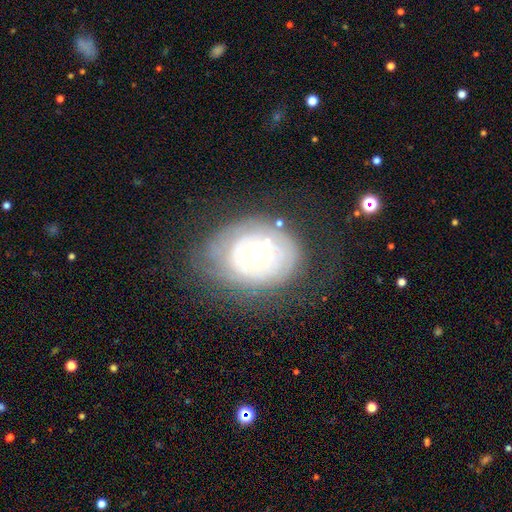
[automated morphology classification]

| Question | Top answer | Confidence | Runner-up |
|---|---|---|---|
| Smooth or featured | featured or disk | 66% | smooth (25%) |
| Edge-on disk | no | 96% | yes (4%) |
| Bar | no | 87% | weak (10%) |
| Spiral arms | yes | 68% | no (32%) |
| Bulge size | small | 74% | moderate (20%) |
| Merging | none | 60% | minor disturbance (22%) |